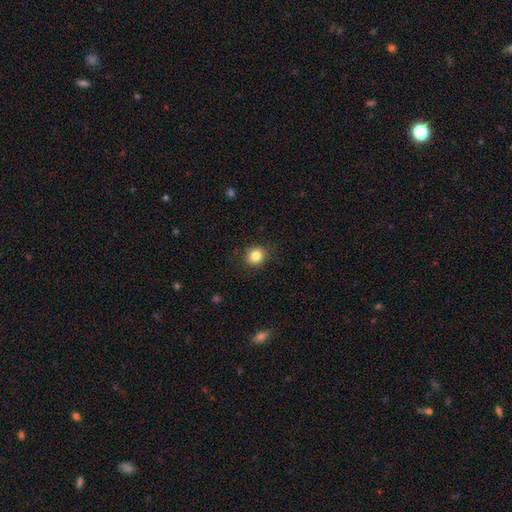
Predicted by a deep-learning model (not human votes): This appears to be a smooth galaxy with no disk features (84%) that is round (87%). Merging: none (89%).